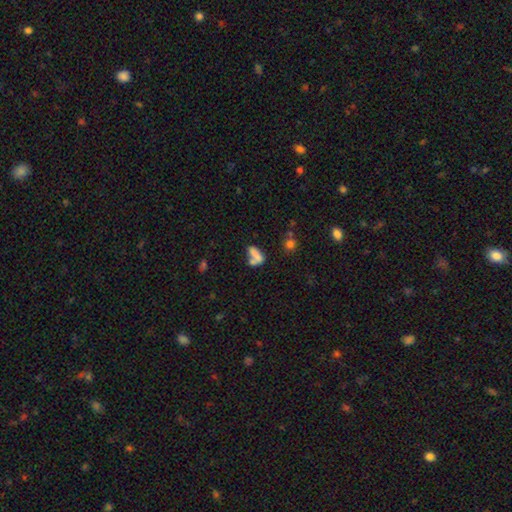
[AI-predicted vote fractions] Smooth or featured? smooth (70%)
How rounded? in between (58%)
Merging? merger (42%)